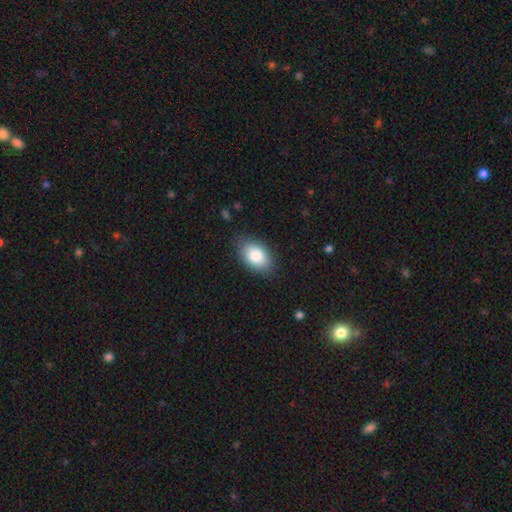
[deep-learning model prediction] Smooth or featured? smooth (84%)
How rounded? in between (90%)
Merging? none (81%)